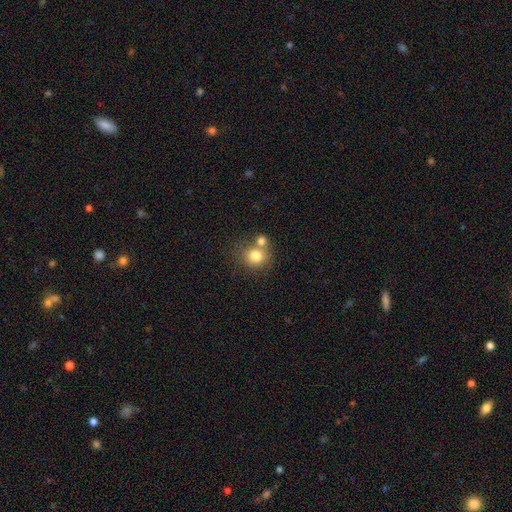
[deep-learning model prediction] This appears to be a smooth galaxy with no disk features (79%) that is round (82%). Merging: none (49%).